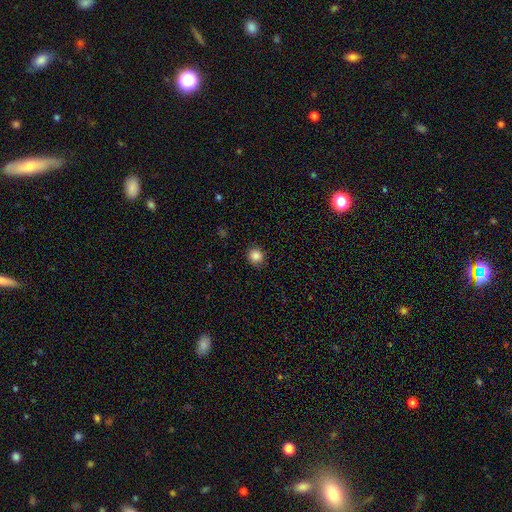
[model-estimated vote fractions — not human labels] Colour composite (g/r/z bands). It shows a smooth galaxy with no disk features (85%) that is round (88%). Merging: none (87%).